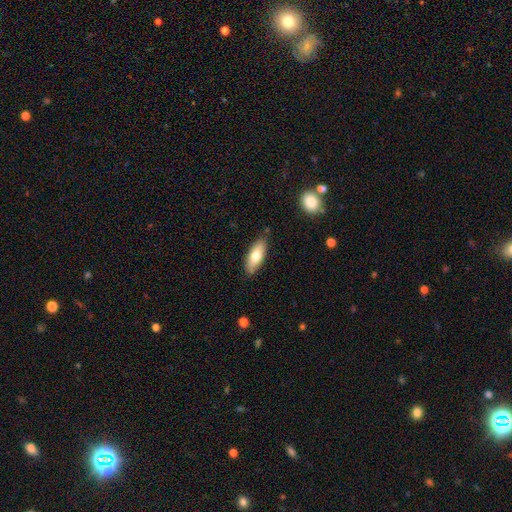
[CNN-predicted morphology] smooth_or_featured: smooth (p=0.70) [alt: featured or disk p=0.24]
how_rounded: in between (p=0.73) [alt: cigar-shaped p=0.25]
merging: none (p=0.83) [alt: minor disturbance p=0.12]